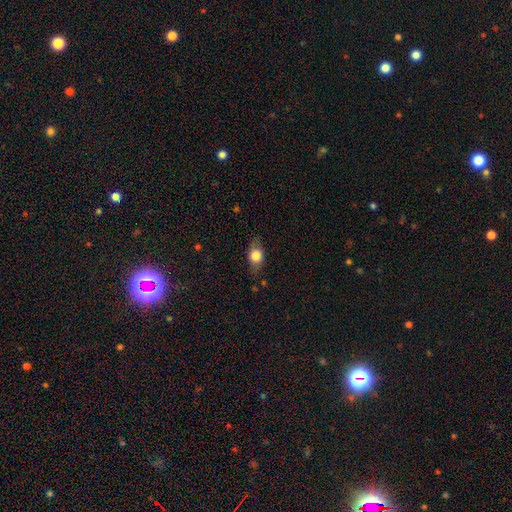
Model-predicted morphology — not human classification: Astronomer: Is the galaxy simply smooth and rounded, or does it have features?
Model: smooth — 71%.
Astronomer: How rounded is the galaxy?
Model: in between — 63%.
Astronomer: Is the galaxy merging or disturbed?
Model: none — 75%.